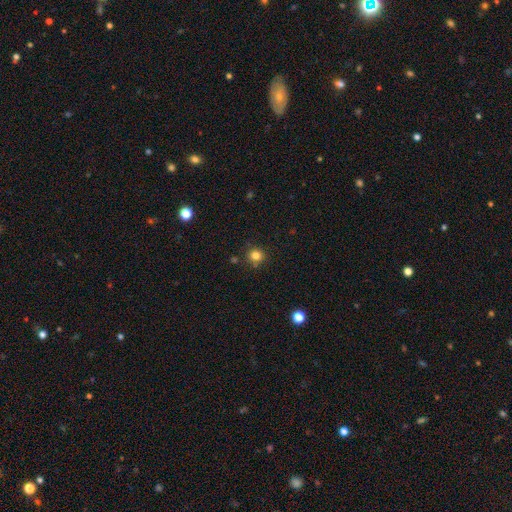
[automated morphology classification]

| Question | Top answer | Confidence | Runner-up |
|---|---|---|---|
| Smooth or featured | smooth | 81% | star or artifact (13%) |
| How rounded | round | 92% | in between (7%) |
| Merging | none | 87% | minor disturbance (8%) |